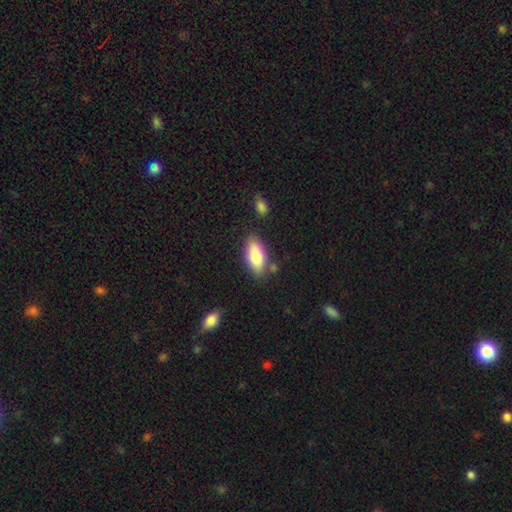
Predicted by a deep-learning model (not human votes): Smooth or featured? Predicted: smooth (p=0.80). How rounded? Predicted: in between (p=0.86). Merging? Predicted: none (p=0.79).